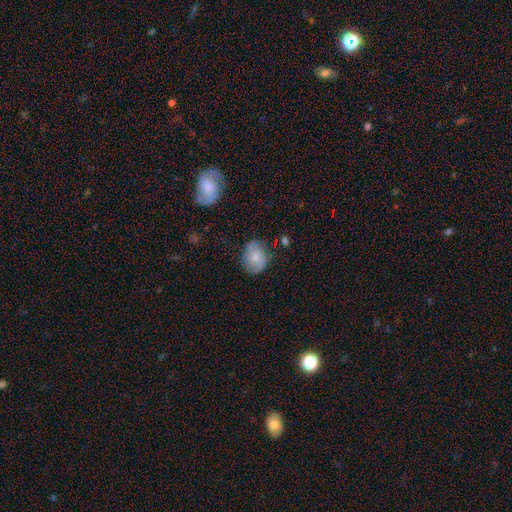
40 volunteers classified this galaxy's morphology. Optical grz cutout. It shows a smooth galaxy with no disk features (60%) that is round (54%). Merging: none (71%).